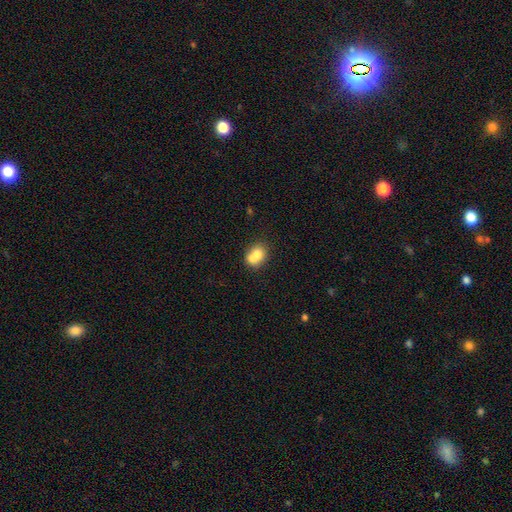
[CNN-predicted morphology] smooth-or-featured: smooth: 71% | featured or disk: 20% | star or artifact: 9%
  how-rounded: round: 57% | in between: 42% | cigar-shaped: 1%
  merging: merger: 58% | none: 31% | minor disturbance: 8% | major disturbance: 3%